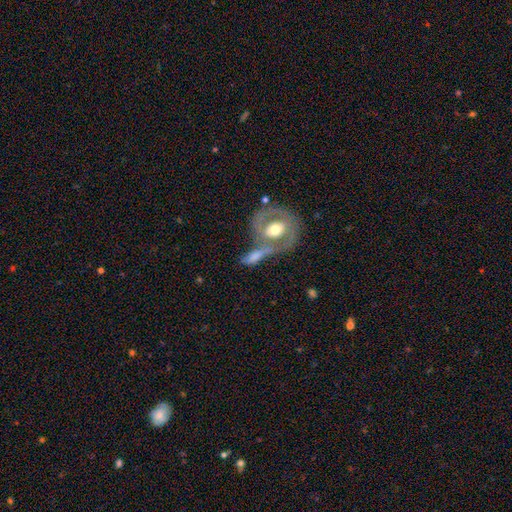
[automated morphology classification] Q: Smooth or featured?
A: featured or disk (53%); runner-up: smooth (40%)
Q: Edge-on disk?
A: no (83%); runner-up: yes (17%)
Q: Merging?
A: merger (39%); runner-up: none (36%)